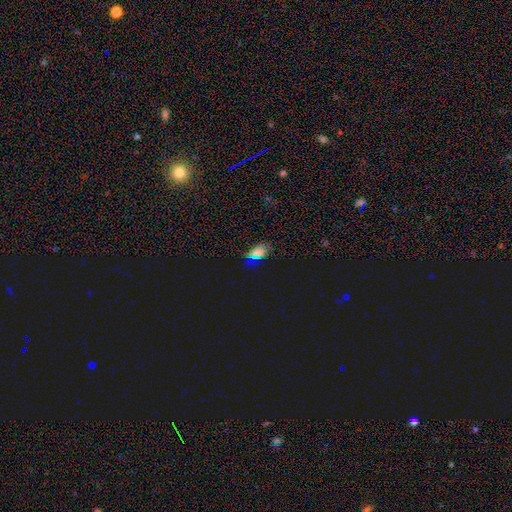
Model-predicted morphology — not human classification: This appears to be a smooth galaxy with no disk features (50%) that is in between round and cigar-shaped (85%). Merging: none (77%).